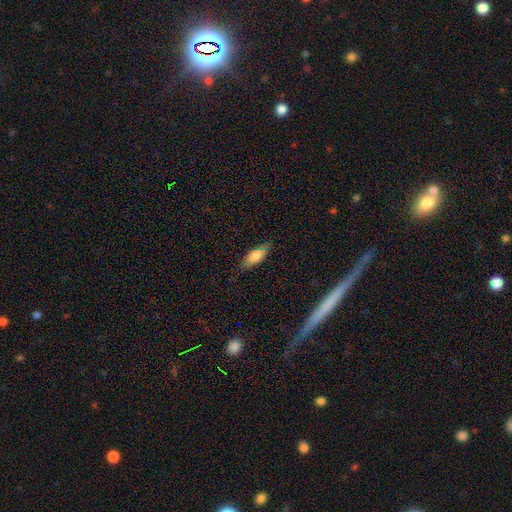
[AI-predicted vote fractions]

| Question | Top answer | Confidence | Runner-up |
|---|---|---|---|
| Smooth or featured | smooth | 72% | featured or disk (21%) |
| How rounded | in between | 67% | cigar-shaped (31%) |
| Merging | none | 78% | minor disturbance (17%) |